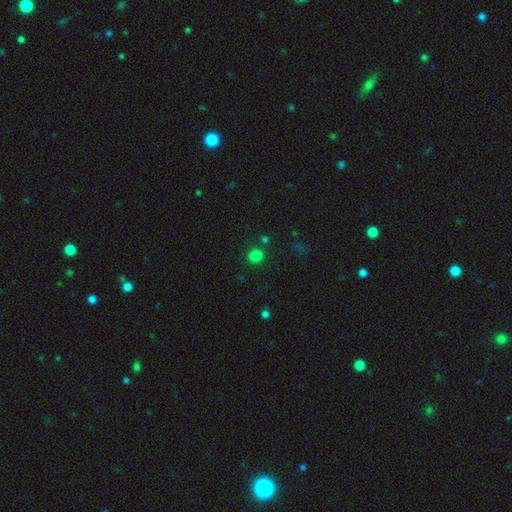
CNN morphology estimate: smooth_or_featured: smooth (p=0.75) [alt: star or artifact p=0.21]
how_rounded: round (p=0.62) [alt: in between p=0.37]
merging: none (p=0.74) [alt: minor disturbance p=0.13]